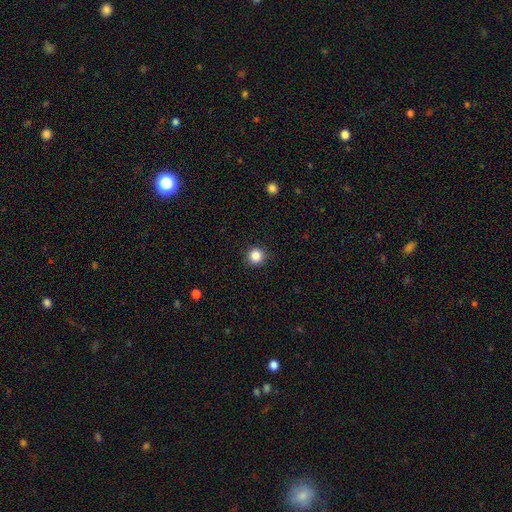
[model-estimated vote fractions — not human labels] smooth_or_featured: smooth (p=0.86) [alt: star or artifact p=0.11]
how_rounded: round (p=0.94) [alt: in between p=0.05]
merging: none (p=0.90) [alt: minor disturbance p=0.06]